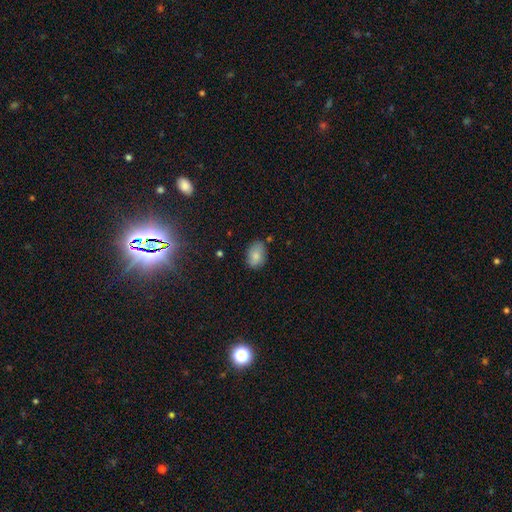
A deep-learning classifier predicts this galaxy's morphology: The model was most divided on "merging": none: 75%, minor disturbance: 19%, major disturbance: 3%, merger: 3%. More confident: how rounded — in between (79%); smooth or featured — smooth (78%).